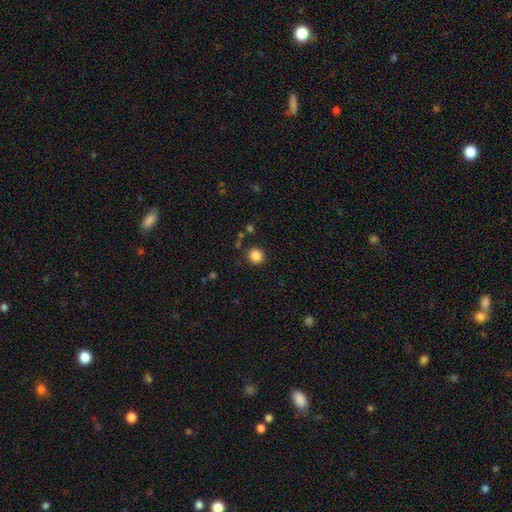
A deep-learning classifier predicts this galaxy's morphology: smooth_or_featured: smooth (p=0.85) [alt: star or artifact p=0.11]
how_rounded: round (p=0.92) [alt: in between p=0.07]
merging: none (p=0.87) [alt: minor disturbance p=0.07]